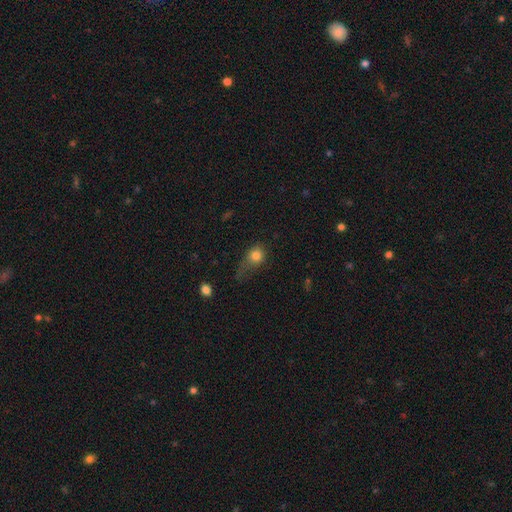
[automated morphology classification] smooth 79%, star or artifact 11%, featured or disk 10%. Down the decision tree: how rounded — round (65%); merging — none (34%).